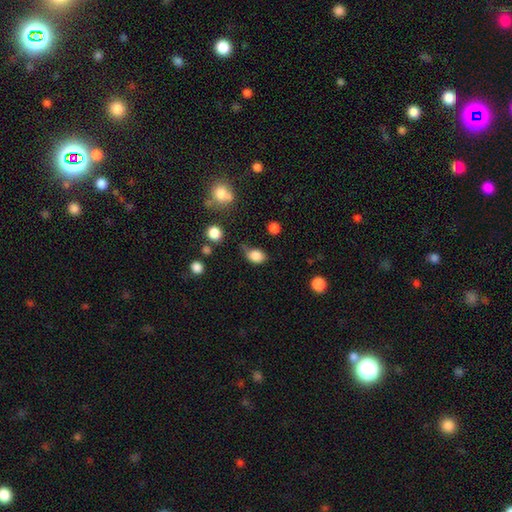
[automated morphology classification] The model was most divided on "merging": none: 59%, minor disturbance: 28%, major disturbance: 7%, merger: 5%. More confident: smooth or featured — smooth (85%); how rounded — in between (68%).